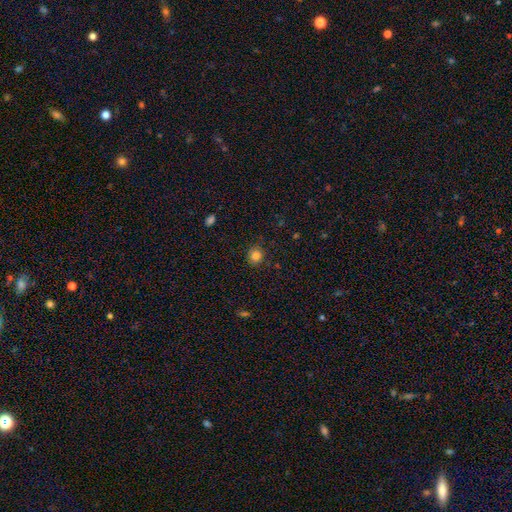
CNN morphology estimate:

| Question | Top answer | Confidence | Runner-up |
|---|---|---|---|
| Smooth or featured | smooth | 83% | star or artifact (12%) |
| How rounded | round | 85% | in between (14%) |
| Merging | none | 87% | minor disturbance (9%) |